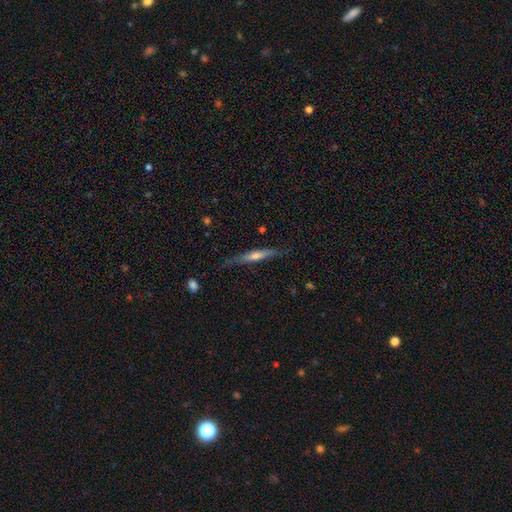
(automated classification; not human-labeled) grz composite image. It shows a featured or disk galaxy (56%) viewed edge-on (95%) with a rounded central bulge (69%). Merging: none (80%).